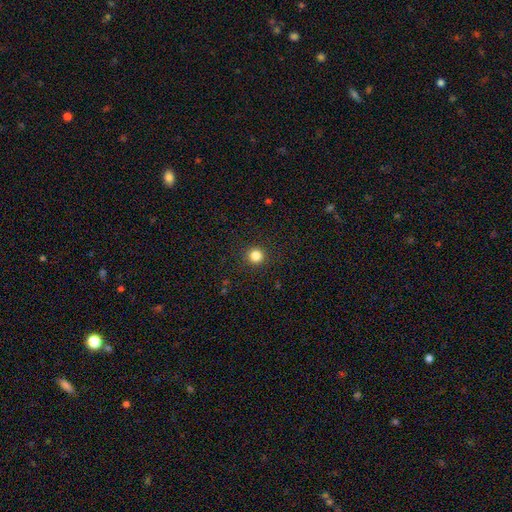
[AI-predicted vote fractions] Smooth or featured? Predicted: smooth (p=0.84). How rounded? Predicted: round (p=0.94). Merging? Predicted: none (p=0.92).